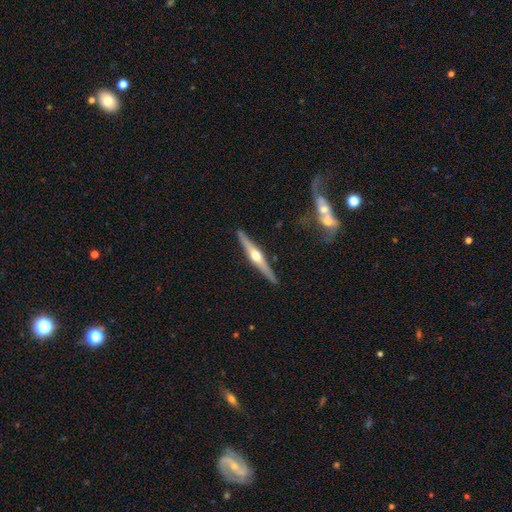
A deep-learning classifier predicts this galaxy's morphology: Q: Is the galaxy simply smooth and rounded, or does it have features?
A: featured or disk — 73%.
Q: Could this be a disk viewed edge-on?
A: yes — 97%.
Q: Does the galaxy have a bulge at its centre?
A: rounded — 94%.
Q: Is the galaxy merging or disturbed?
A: none — 90%.